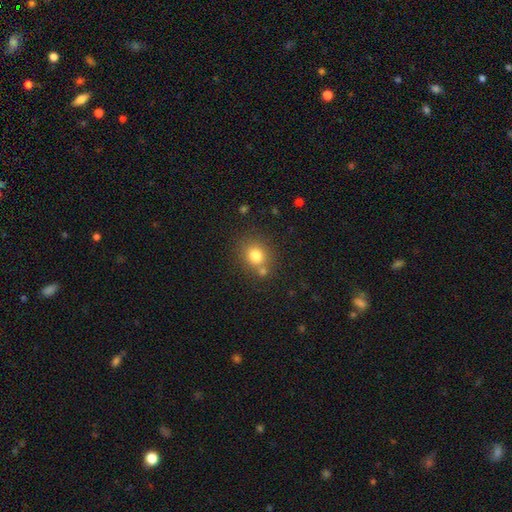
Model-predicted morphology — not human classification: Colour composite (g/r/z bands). It shows a smooth galaxy with no disk features (79%) that is round (74%). Merging: none (66%).